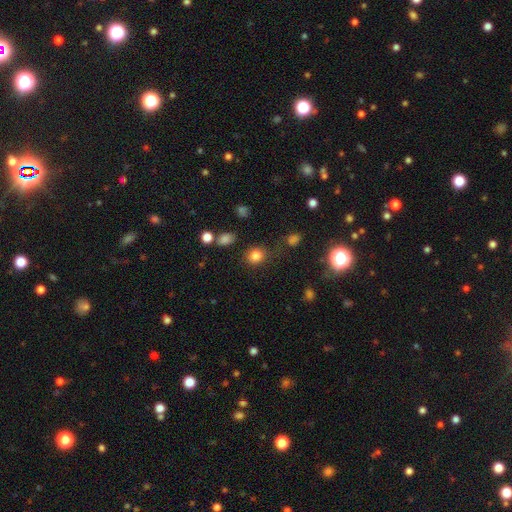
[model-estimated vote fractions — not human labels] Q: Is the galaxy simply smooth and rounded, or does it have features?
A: smooth — 81%.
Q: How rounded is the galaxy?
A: round — 75%.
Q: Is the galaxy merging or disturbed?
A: none — 78%.